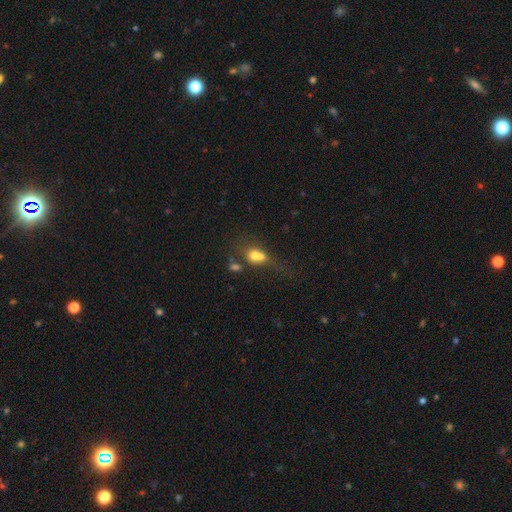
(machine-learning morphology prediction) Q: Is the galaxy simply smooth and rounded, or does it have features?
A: smooth — 65%.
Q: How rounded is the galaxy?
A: round — 57%.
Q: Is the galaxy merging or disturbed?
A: merger — 62%.